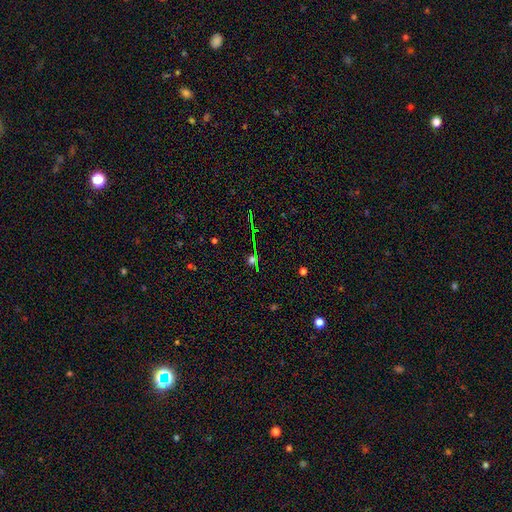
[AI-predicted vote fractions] Morphology: type=star or artifact (64%).